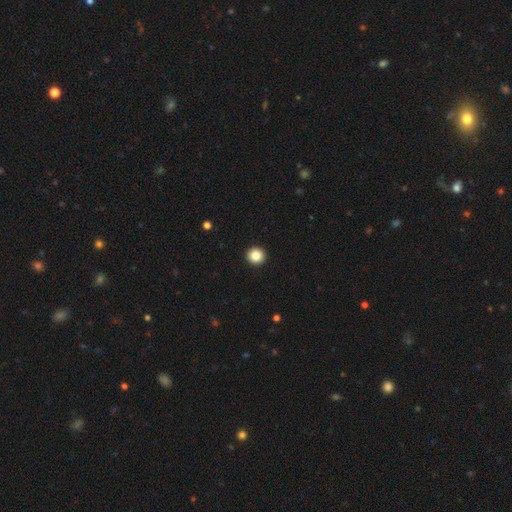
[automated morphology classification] A smooth galaxy with no disk features (85%) that is round (94%). Merging: none (94%).